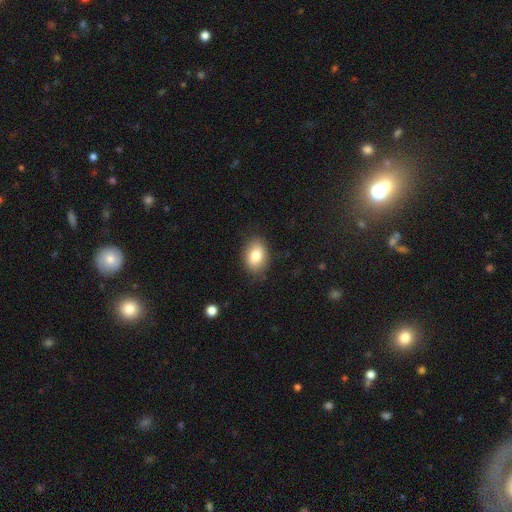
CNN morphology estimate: A smooth galaxy with no disk features (81%) that is in between round and cigar-shaped (80%).

Vote fractions:
- Smooth or featured? smooth: 81% / featured or disk: 11% / star or artifact: 8%
- How rounded? in between: 80% / round: 19% / cigar-shaped: 1%
- Merging? none: 84% / minor disturbance: 12% / major disturbance: 3% / merger: 1%